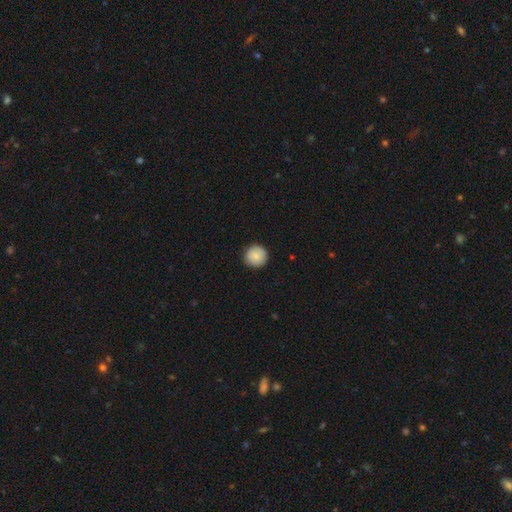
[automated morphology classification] type=smooth (89%); roundness=round (96%); merging=none (92%).